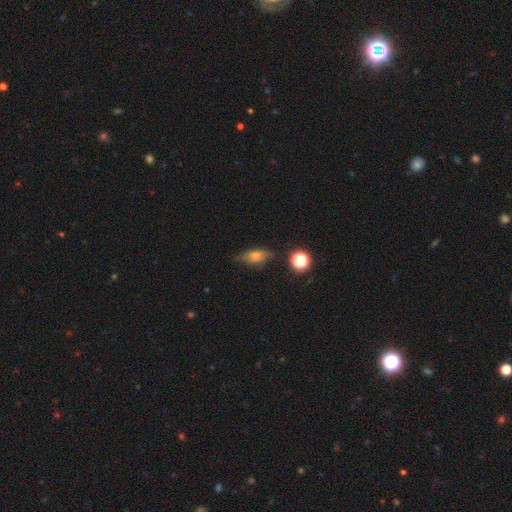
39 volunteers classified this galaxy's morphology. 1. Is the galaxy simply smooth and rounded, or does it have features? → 51% smooth, 38% featured or disk, 10% star or artifact.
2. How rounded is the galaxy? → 65% in between, 35% cigar-shaped, 0% round.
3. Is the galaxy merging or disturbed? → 74% none, 17% minor disturbance, 6% major disturbance, 3% merger.